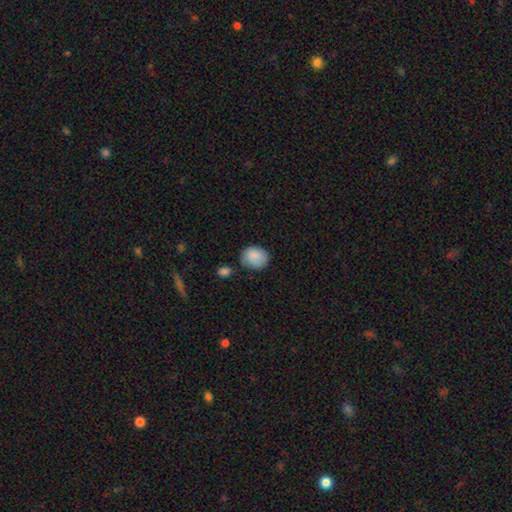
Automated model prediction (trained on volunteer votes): A smooth galaxy with no disk features (87%) that is round (59%).

Vote fractions:
- Smooth or featured? smooth: 87% / star or artifact: 7% / featured or disk: 6%
- How rounded? round: 59% / in between: 40% / cigar-shaped: 1%
- Merging? none: 67% / minor disturbance: 22% / merger: 6% / major disturbance: 5%